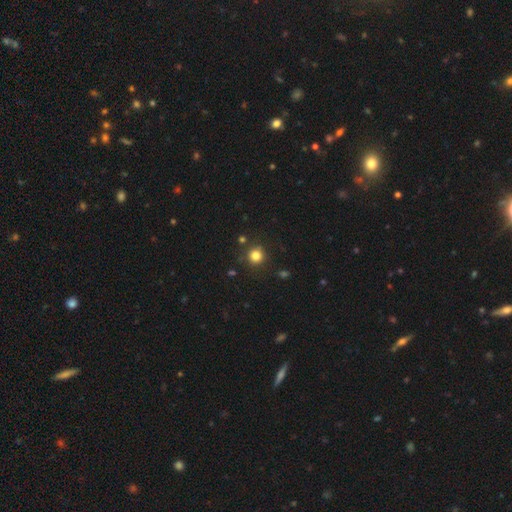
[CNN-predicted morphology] smooth 82%, star or artifact 13%, featured or disk 5%. Down the decision tree: how rounded — round (93%); merging — none (87%).